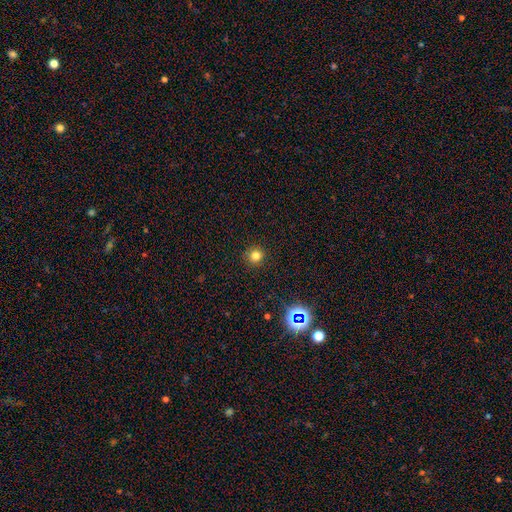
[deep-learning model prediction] smooth-or-featured: smooth: 79% | star or artifact: 16% | featured or disk: 5%
  how-rounded: round: 93% | in between: 6% | cigar-shaped: 1%
  merging: none: 91% | minor disturbance: 6% | major disturbance: 2% | merger: 1%